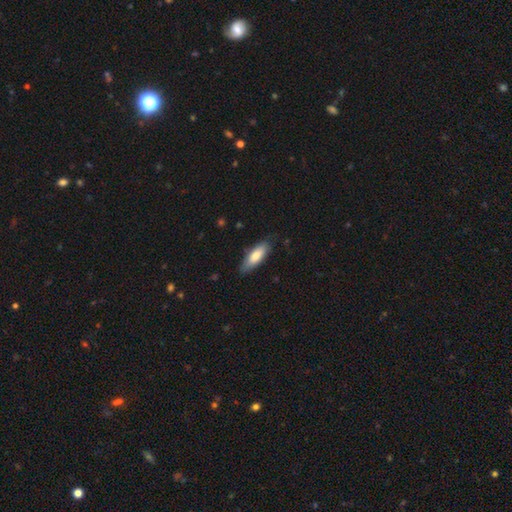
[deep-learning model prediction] The model was most divided on "how rounded": in between: 64%, cigar-shaped: 34%, round: 2%. More confident: merging — none (79%); smooth or featured — smooth (78%).